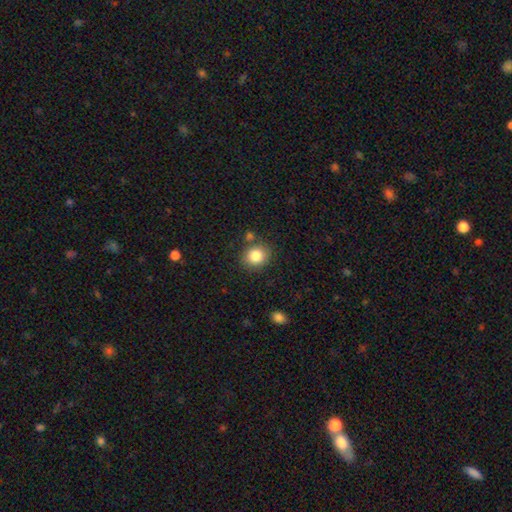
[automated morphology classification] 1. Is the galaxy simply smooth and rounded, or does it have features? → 84% smooth, 10% star or artifact, 6% featured or disk.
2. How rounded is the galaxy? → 75% round, 24% in between, 1% cigar-shaped.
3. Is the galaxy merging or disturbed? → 79% none, 11% minor disturbance, 7% merger, 3% major disturbance.